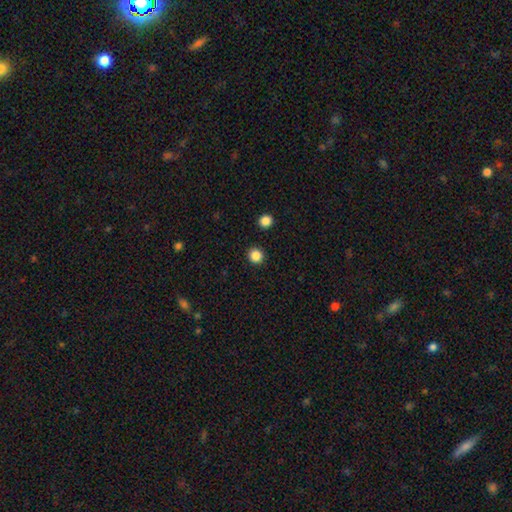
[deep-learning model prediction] smooth 86%, star or artifact 12%, featured or disk 3%. Down the decision tree: how rounded — round (93%); merging — none (92%).